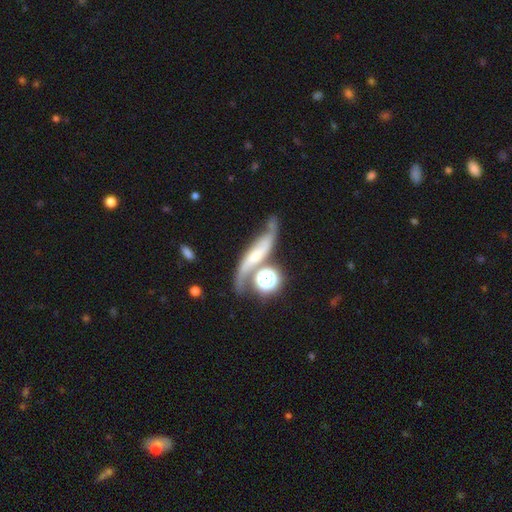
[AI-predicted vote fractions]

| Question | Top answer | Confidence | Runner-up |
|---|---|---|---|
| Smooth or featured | featured or disk | 64% | smooth (25%) |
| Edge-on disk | no | 69% | yes (31%) |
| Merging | none | 45% | merger (22%) |